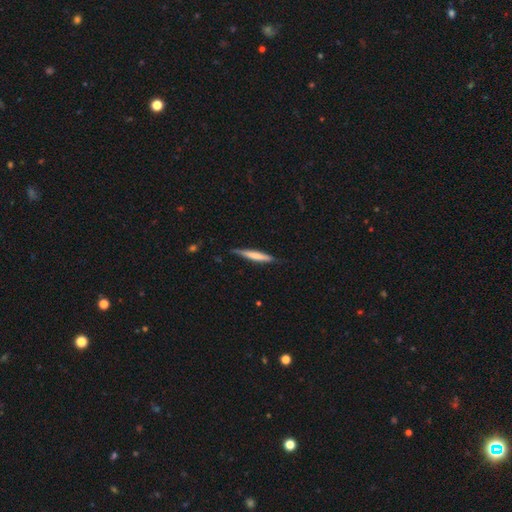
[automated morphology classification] This is possibly a smooth galaxy (60%). How rounded: clearly cigar-shaped (93%). Merging: likely none (79%).